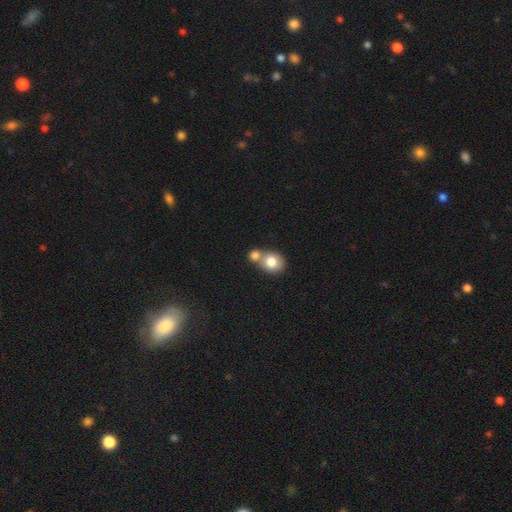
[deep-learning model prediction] smooth_or_featured: smooth (p=0.79) [alt: featured or disk p=0.12]
how_rounded: round (p=0.64) [alt: in between p=0.35]
merging: merger (p=0.56) [alt: none p=0.33]